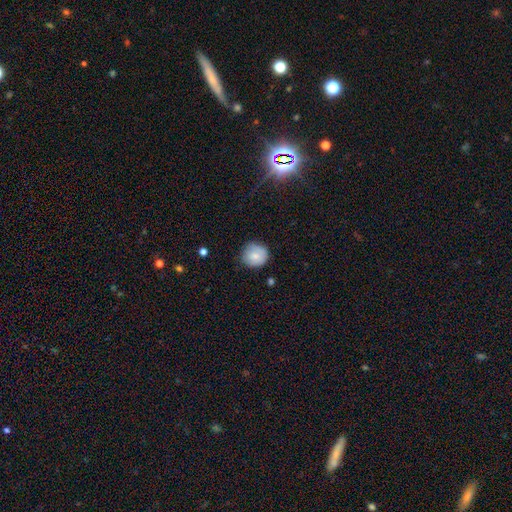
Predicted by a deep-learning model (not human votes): Smooth or featured: smooth — 80% (featured or disk — 12%)
How rounded: round — 90% (in between — 9%)
Merging: none — 76% (minor disturbance — 20%)